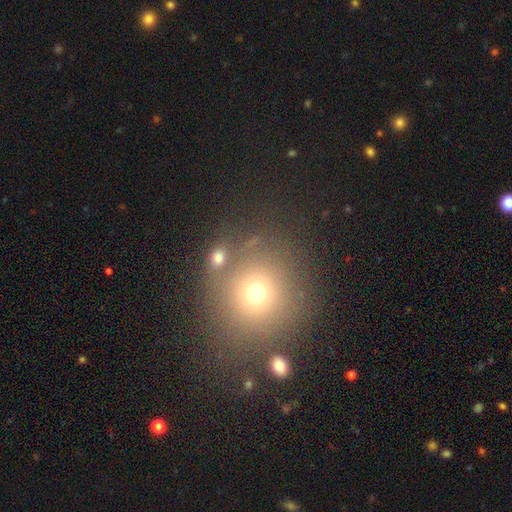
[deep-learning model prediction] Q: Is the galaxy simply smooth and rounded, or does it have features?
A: smooth — 63%.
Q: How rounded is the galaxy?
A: round — 89%.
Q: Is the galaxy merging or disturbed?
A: none — 77%.